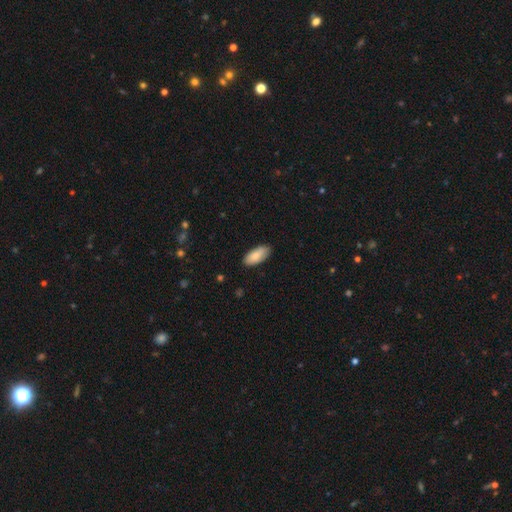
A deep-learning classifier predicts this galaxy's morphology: Smooth or featured?
  - smooth: 87% *
  - featured or disk: 7%
  - star or artifact: 6%
How rounded?
  - in between: 87% *
  - cigar-shaped: 11%
  - round: 2%
Merging?
  - none: 86% *
  - minor disturbance: 11%
  - major disturbance: 2%
  - merger: 1%